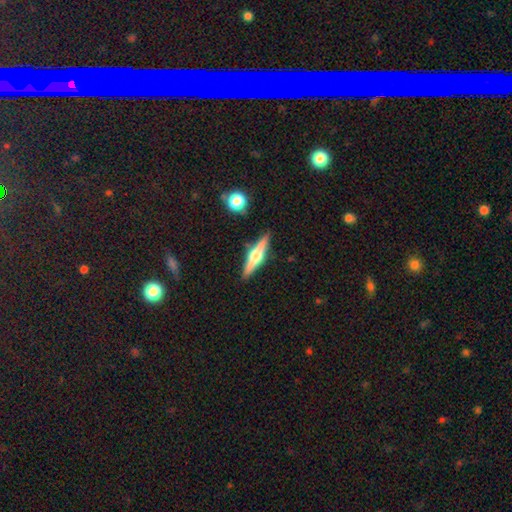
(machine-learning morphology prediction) This appears to be a featured or disk galaxy (71%) viewed edge-on (97%) with a rounded central bulge (93%). Merging: none (88%).